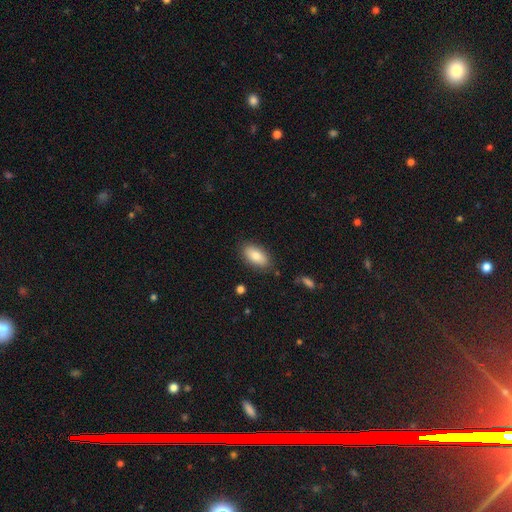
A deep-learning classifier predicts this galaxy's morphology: Smooth or featured?
  - smooth: 83% *
  - featured or disk: 11%
  - star or artifact: 7%
How rounded?
  - in between: 91% *
  - cigar-shaped: 6%
  - round: 3%
Merging?
  - none: 84% *
  - minor disturbance: 11%
  - major disturbance: 3%
  - merger: 2%